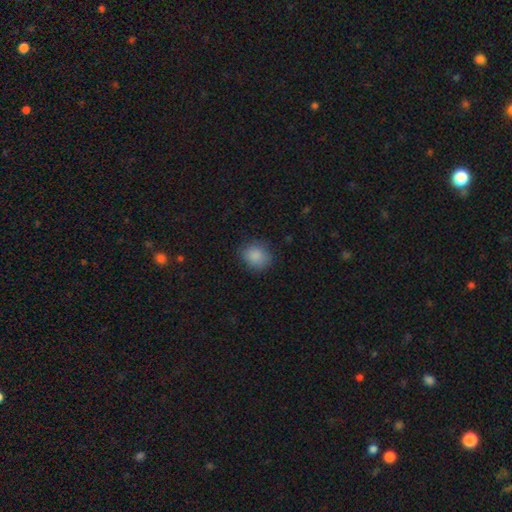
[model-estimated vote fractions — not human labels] smooth_or_featured: smooth (p=0.87) [alt: star or artifact p=0.09]
how_rounded: round (p=0.75) [alt: in between p=0.25]
merging: none (p=0.82) [alt: minor disturbance p=0.13]